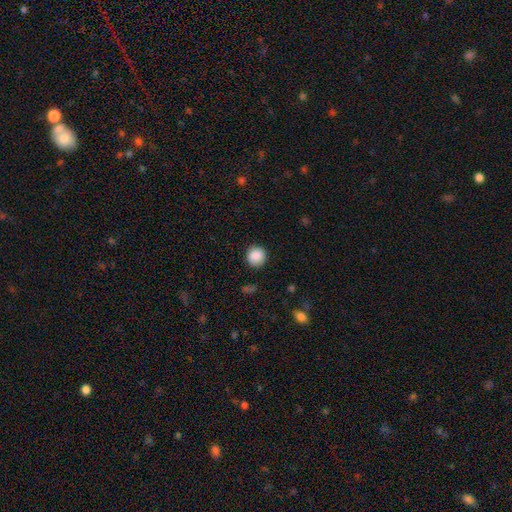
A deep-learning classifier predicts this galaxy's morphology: Smooth or featured? Predicted: smooth (p=0.88). How rounded? Predicted: round (p=0.93). Merging? Predicted: none (p=0.90).